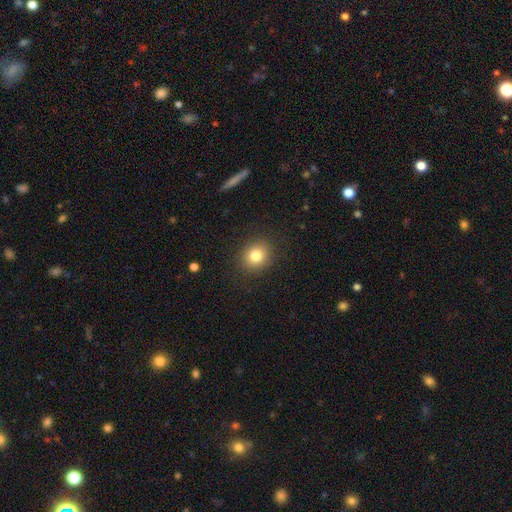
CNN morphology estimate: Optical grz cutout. It shows a smooth galaxy with no disk features (82%) that is round (76%). Merging: none (89%).